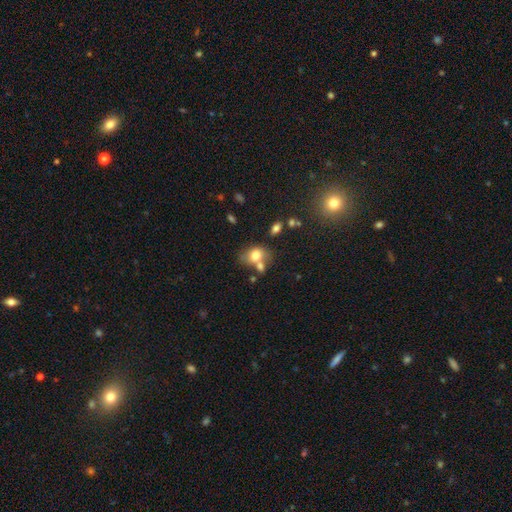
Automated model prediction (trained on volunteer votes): A smooth galaxy with no disk features (75%) that is in between round and cigar-shaped (64%). Merging: none (43%).